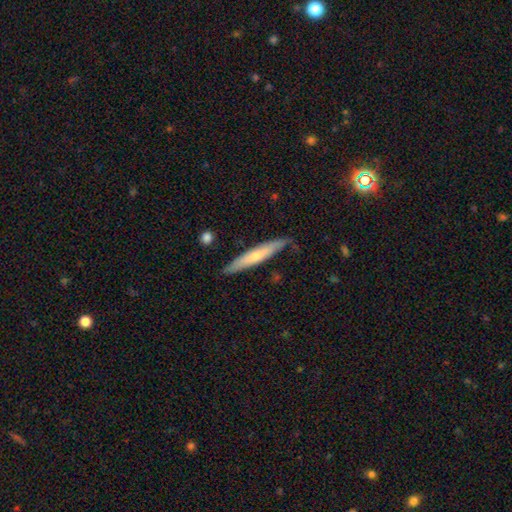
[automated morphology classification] Overall: smooth (50%; featured or disk 45%). Merging: none (80%).